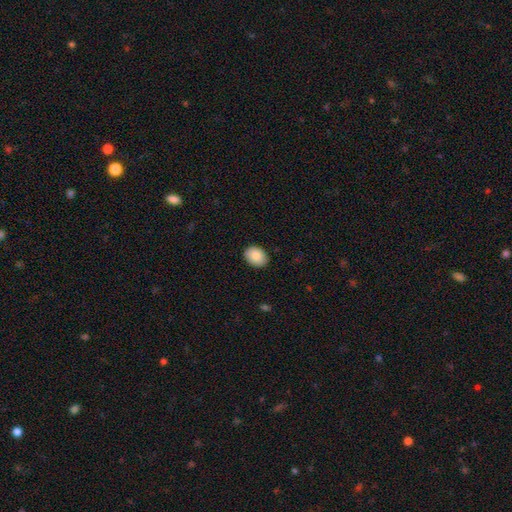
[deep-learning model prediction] A smooth galaxy with no disk features (86%) that is in between round and cigar-shaped (72%).

Vote fractions:
- Smooth or featured? smooth: 86% / star or artifact: 7% / featured or disk: 7%
- How rounded? in between: 72% / round: 27% / cigar-shaped: 1%
- Merging? none: 89% / minor disturbance: 8% / major disturbance: 2% / merger: 1%